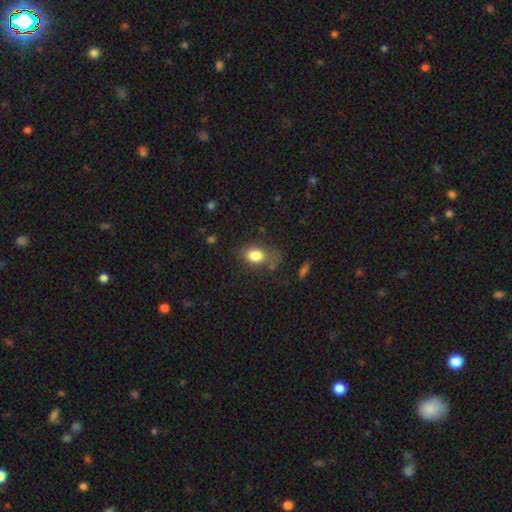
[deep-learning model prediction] smooth_or_featured: smooth (p=0.82) [alt: star or artifact p=0.09]
how_rounded: in between (p=0.73) [alt: round p=0.25]
merging: none (p=0.55) [alt: minor disturbance p=0.25]